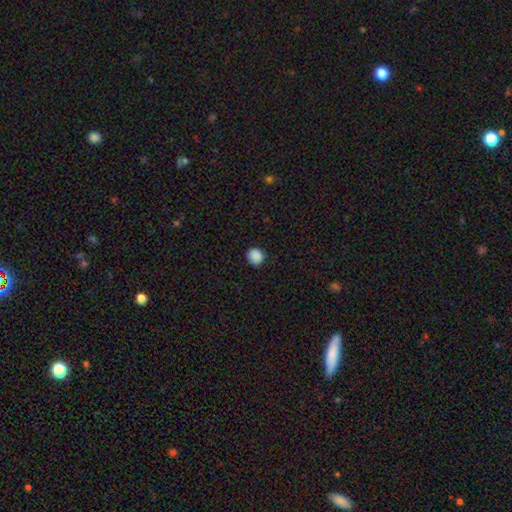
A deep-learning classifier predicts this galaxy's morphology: Q: Smooth or featured?
A: smooth (88%); runner-up: star or artifact (9%)
Q: How rounded?
A: round (87%); runner-up: in between (12%)
Q: Merging?
A: none (88%); runner-up: minor disturbance (9%)